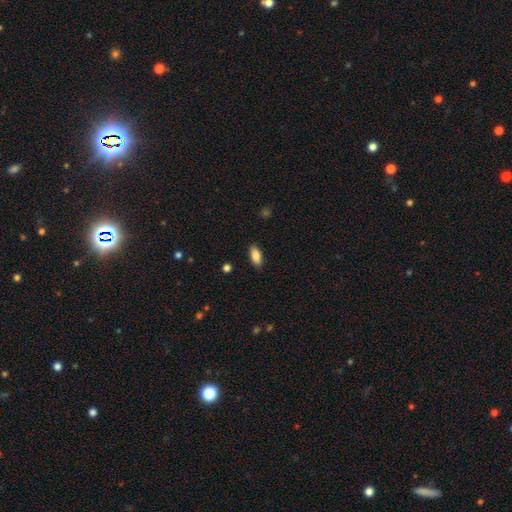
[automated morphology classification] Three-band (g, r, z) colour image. It shows a smooth galaxy with no disk features (85%) that is in between round and cigar-shaped (88%). Merging: none (88%).